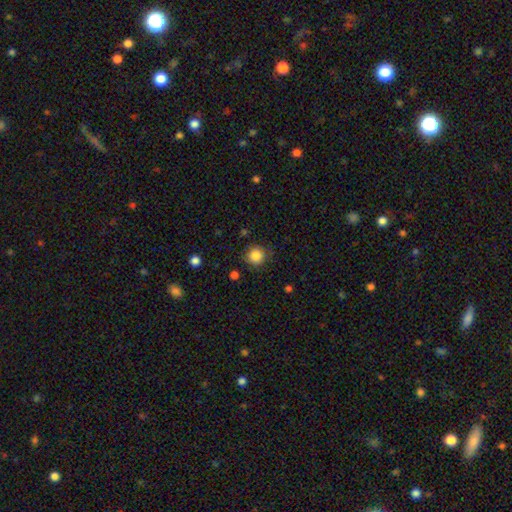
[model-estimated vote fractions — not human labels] Smooth or featured? Predicted: smooth (p=0.85). How rounded? Predicted: round (p=0.93). Merging? Predicted: none (p=0.83).